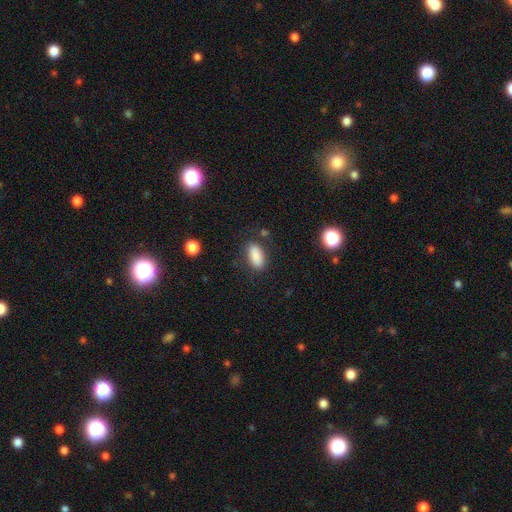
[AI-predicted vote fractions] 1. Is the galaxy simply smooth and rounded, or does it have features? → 87% smooth, 8% star or artifact, 5% featured or disk.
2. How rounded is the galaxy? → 89% in between, 8% cigar-shaped, 4% round.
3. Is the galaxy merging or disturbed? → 79% none, 13% minor disturbance, 4% major disturbance, 3% merger.